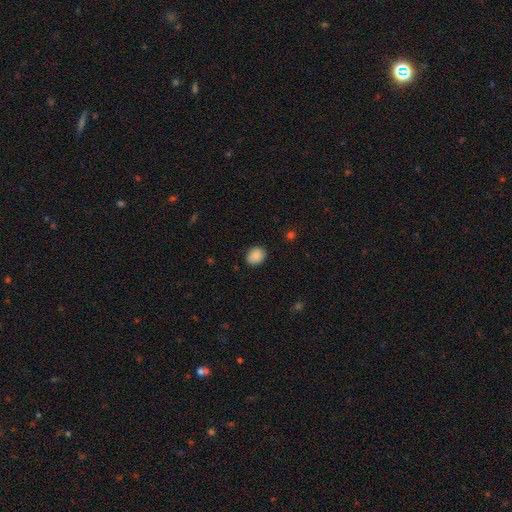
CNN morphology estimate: This appears to be a smooth galaxy with no disk features (87%) that is round (54%). Merging: none (84%).